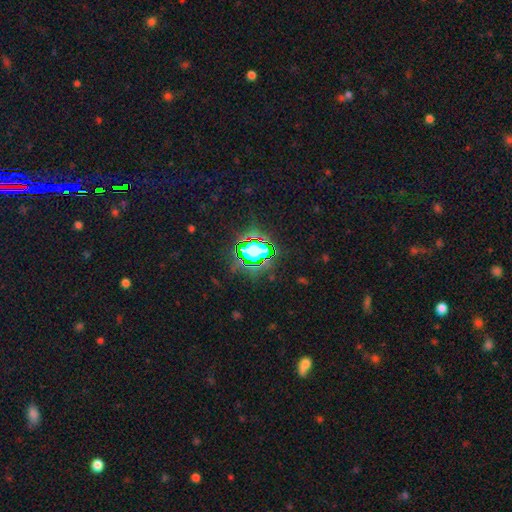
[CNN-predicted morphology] This is likely a star or artifact rather than a galaxy (73%).